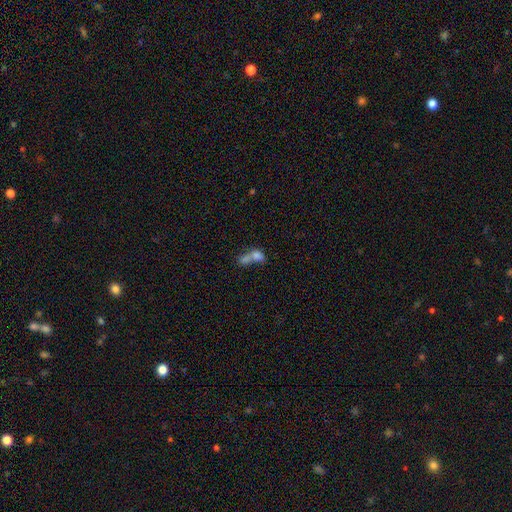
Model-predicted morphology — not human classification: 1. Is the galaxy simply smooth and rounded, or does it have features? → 67% smooth, 19% featured or disk, 14% star or artifact.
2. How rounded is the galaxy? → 64% in between, 31% round, 5% cigar-shaped.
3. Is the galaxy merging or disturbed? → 70% merger, 18% none, 6% major disturbance, 6% minor disturbance.